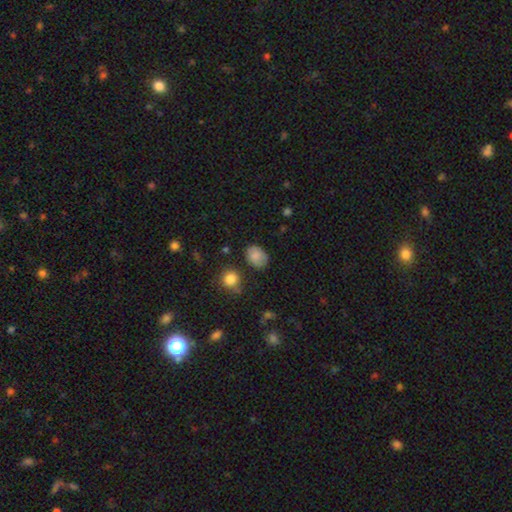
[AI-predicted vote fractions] smooth 83%, star or artifact 9%, featured or disk 8%. Down the decision tree: how rounded — in between (71%); merging — none (74%).